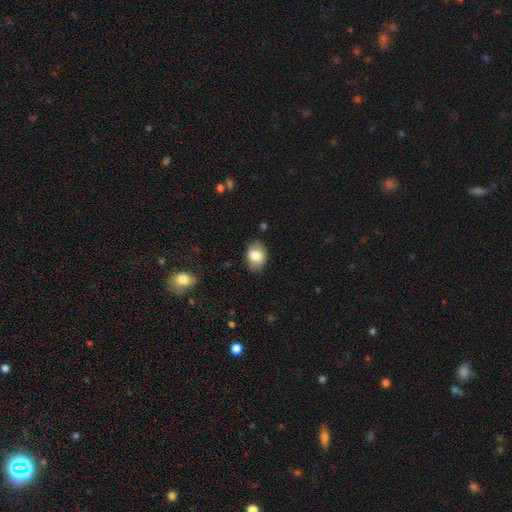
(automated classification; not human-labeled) Smooth or featured?
  - smooth: 80% *
  - featured or disk: 12%
  - star or artifact: 8%
How rounded?
  - in between: 76% *
  - round: 23%
  - cigar-shaped: 1%
Merging?
  - none: 83% *
  - minor disturbance: 13%
  - major disturbance: 3%
  - merger: 1%